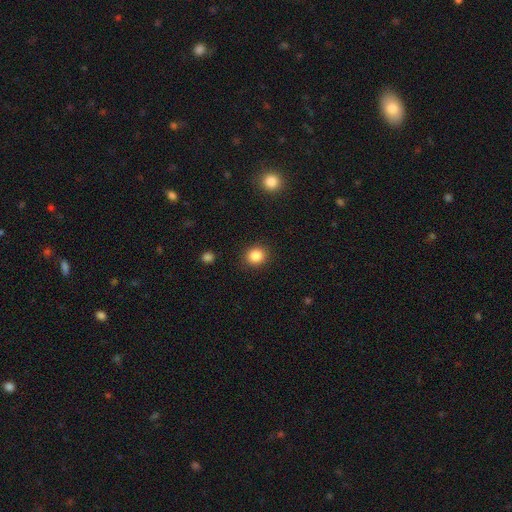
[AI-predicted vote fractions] This is clearly a smooth galaxy (86%). How rounded: clearly round (81%). Merging: clearly none (89%).